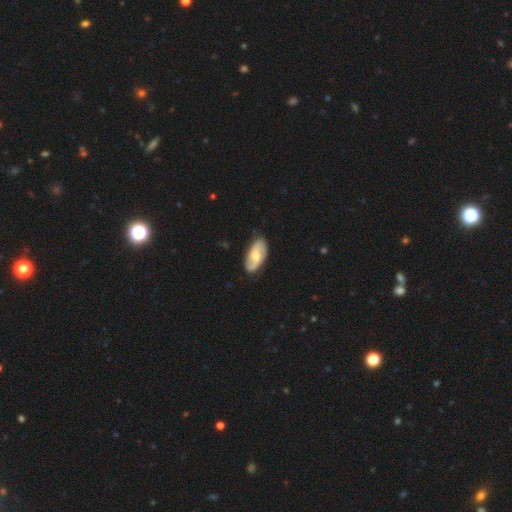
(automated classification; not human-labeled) Overall: featured or disk (59%; smooth 36%). Edge-on disk: no (93%). Bar: no (56%; weak 36%). Spiral arms: yes (88%). Bulge size: moderate (60%; small 31%). Merging: none (82%).